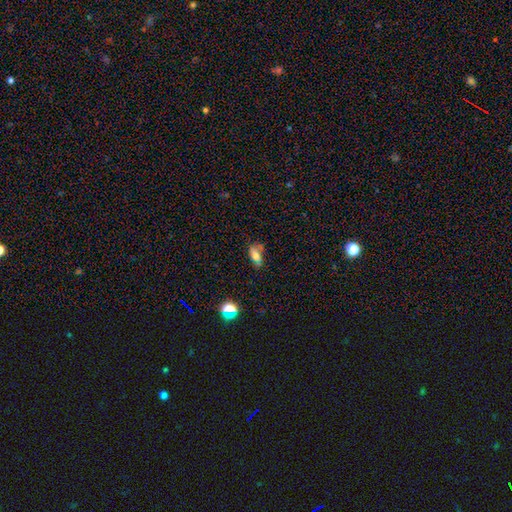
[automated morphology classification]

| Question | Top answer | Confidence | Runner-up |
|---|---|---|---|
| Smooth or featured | smooth | 67% | featured or disk (17%) |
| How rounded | in between | 83% | cigar-shaped (9%) |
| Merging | none | 45% | minor disturbance (27%) |